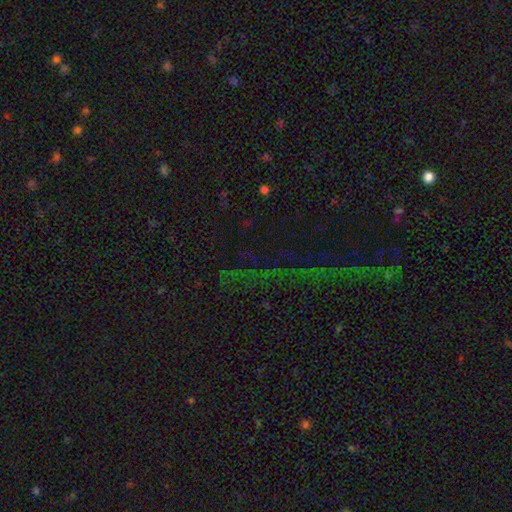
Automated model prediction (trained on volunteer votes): smooth_or_featured: star or artifact (p=0.75) [alt: smooth p=0.16]